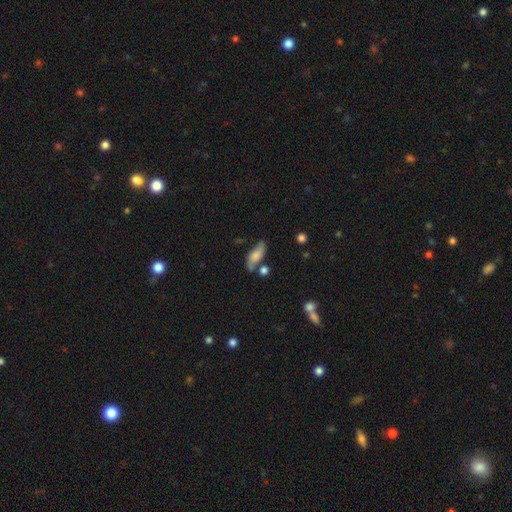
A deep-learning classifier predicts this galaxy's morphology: Smooth or featured?
  - smooth: 52% *
  - featured or disk: 39%
  - star or artifact: 9%
How rounded?
  - in between: 73% *
  - cigar-shaped: 23%
  - round: 5%
Merging?
  - none: 54% *
  - minor disturbance: 23%
  - merger: 15%
  - major disturbance: 9%